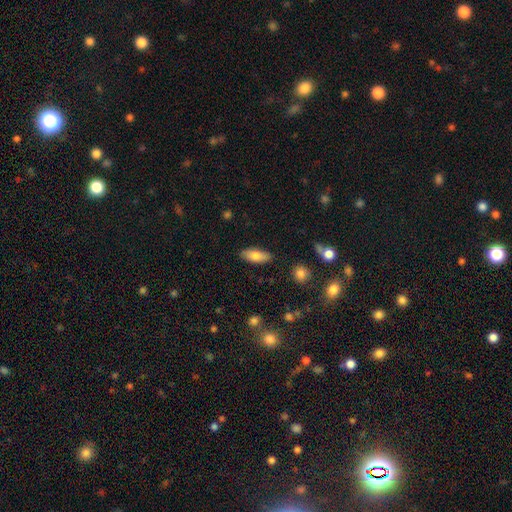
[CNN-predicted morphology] Smooth or featured: smooth — 80% (featured or disk — 13%)
How rounded: in between — 77% (cigar-shaped — 21%)
Merging: none — 86% (minor disturbance — 11%)